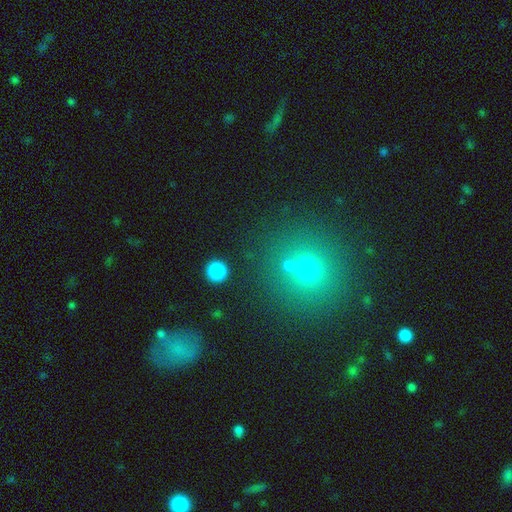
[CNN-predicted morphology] smooth-or-featured: smooth: 52% | star or artifact: 38% | featured or disk: 10%
  how-rounded: round: 90% | in between: 8% | cigar-shaped: 1%
  merging: none: 77% | merger: 13% | minor disturbance: 7% | major disturbance: 3%